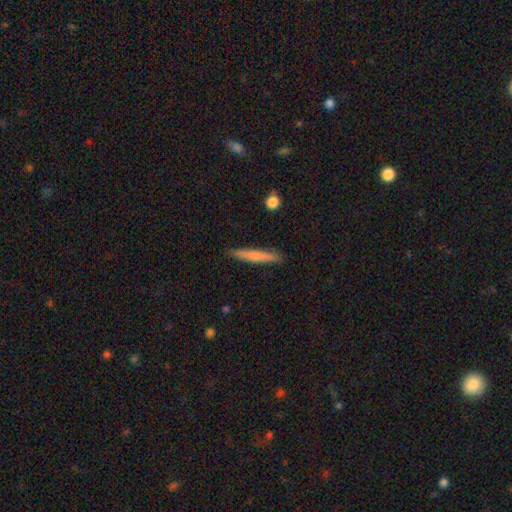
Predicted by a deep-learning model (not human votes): Smooth or featured? Predicted: smooth (p=0.67). How rounded? Predicted: cigar-shaped (p=0.95). Merging? Predicted: none (p=0.89).